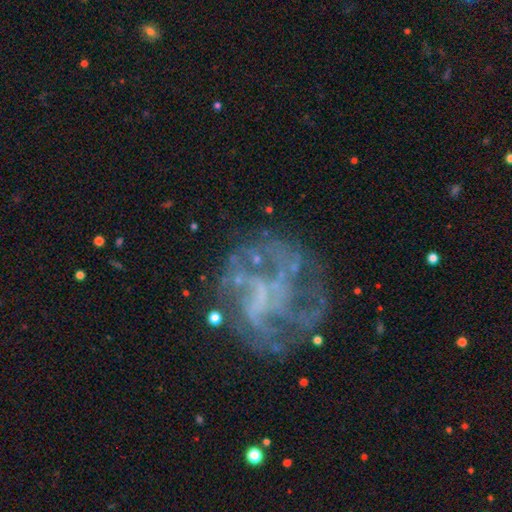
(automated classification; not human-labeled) This is likely a featured or disk galaxy (73%). It is clearly not viewed edge-on (98%). Bar: likely no (64%). Spiral arm pattern: likely yes (66%). Central bulge: likely none (69%). Merging: likely none (62%).